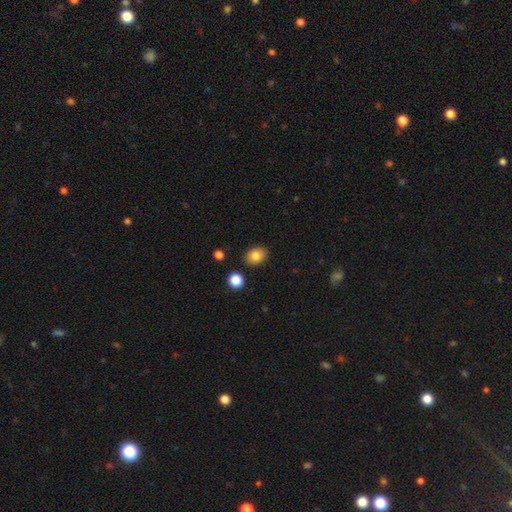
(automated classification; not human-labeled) This is clearly a smooth galaxy (83%). How rounded: likely in between (71%). Merging: clearly none (87%).